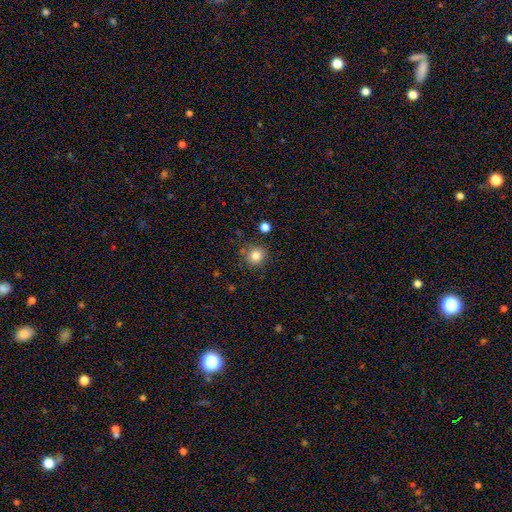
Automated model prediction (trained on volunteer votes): A smooth galaxy with no disk features (83%) that is round (92%). Merging: none (82%).